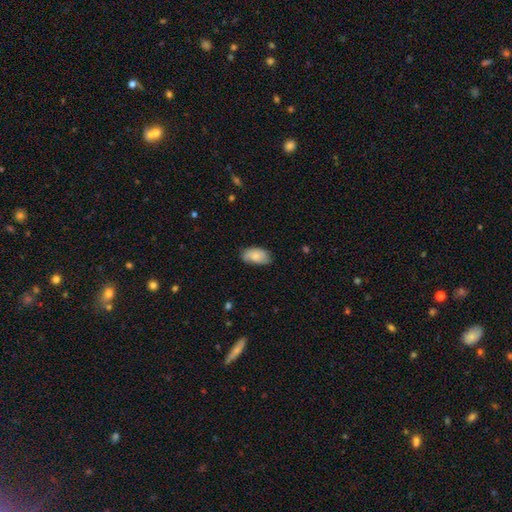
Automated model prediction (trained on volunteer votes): Q: Smooth or featured?
A: smooth (79%); runner-up: featured or disk (15%)
Q: How rounded?
A: in between (94%); runner-up: round (4%)
Q: Merging?
A: none (69%); runner-up: minor disturbance (25%)